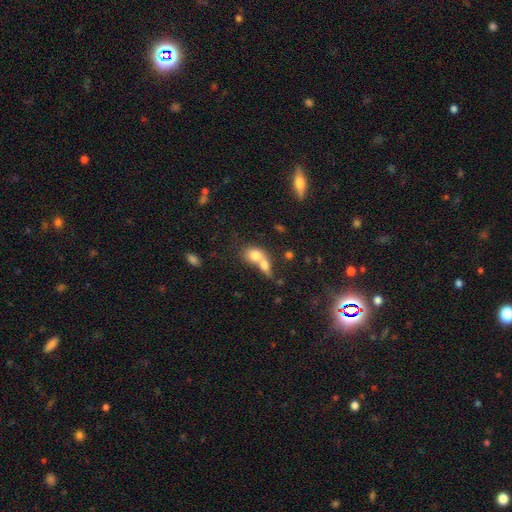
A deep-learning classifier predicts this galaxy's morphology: smooth 76%, featured or disk 16%, star or artifact 8%. Down the decision tree: how rounded — in between (57%); merging — merger (73%).